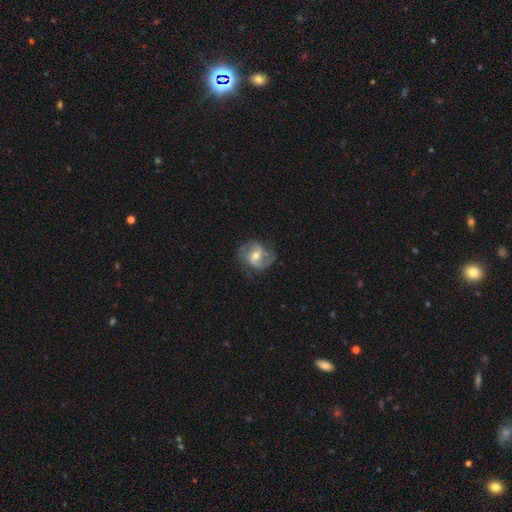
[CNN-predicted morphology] smooth-or-featured: featured or disk: 76% | smooth: 17% | star or artifact: 7%
  disk-edge-on: no: 97% | yes: 3%
    bar: weak: 47% | no: 30% | strong: 23%
    has-spiral-arms: yes: 90% | no: 10%
      spiral-winding: medium: 46% | loose: 37% | tight: 17%
      spiral-arm-count: 2: 82% | can't tell: 8% | 1: 5% | 3: 3% | 4: 1% | more than 4: 1%
    bulge-size: moderate: 60% | small: 35% | large: 3% | none: 1% | dominant: 1%
  merging: none: 67% | minor disturbance: 20% | major disturbance: 11% | merger: 2%